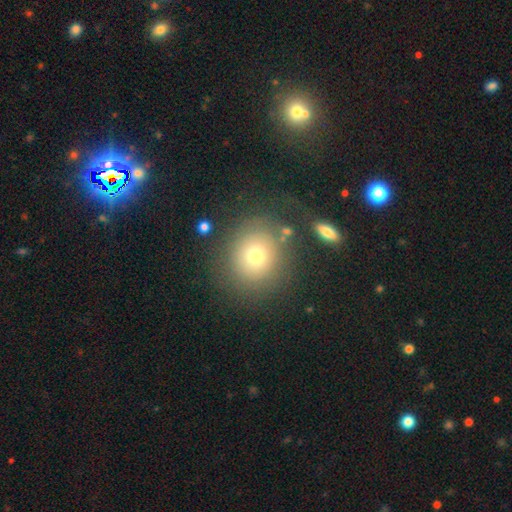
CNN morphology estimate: Smooth or featured? smooth (69%)
How rounded? round (81%)
Merging? none (75%)